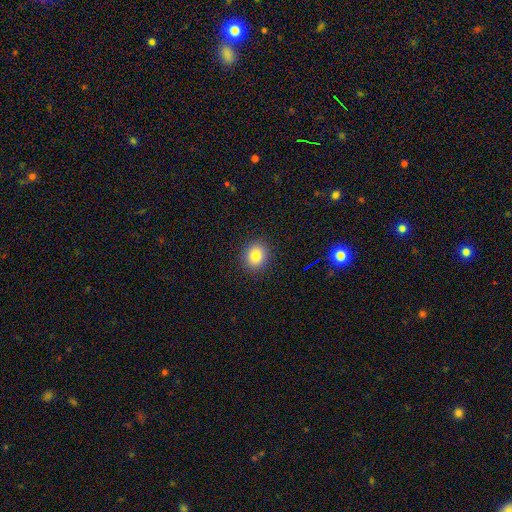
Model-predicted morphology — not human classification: smooth-or-featured: smooth: 82% | star or artifact: 11% | featured or disk: 7%
  how-rounded: round: 72% | in between: 27% | cigar-shaped: 1%
  merging: none: 90% | minor disturbance: 7% | major disturbance: 2% | merger: 1%